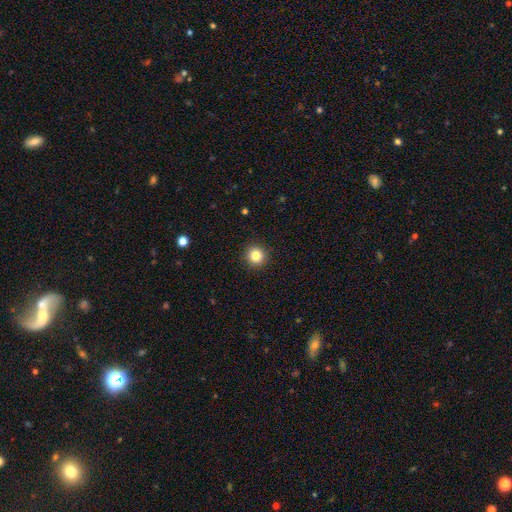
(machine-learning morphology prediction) type=smooth (84%); roundness=round (93%); merging=none (92%).